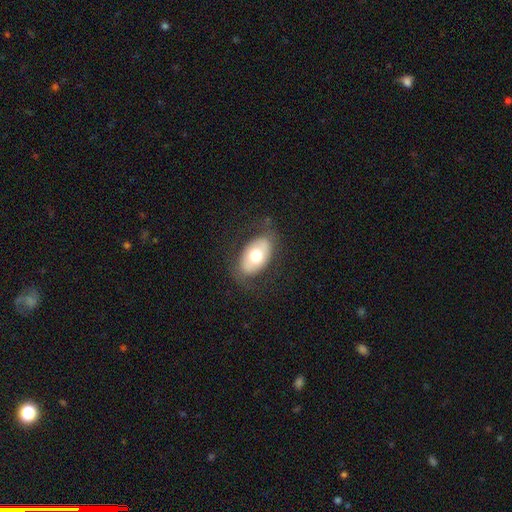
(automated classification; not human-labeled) Smooth or featured? Predicted: smooth (p=0.62). How rounded? Predicted: in between (p=0.91). Merging? Predicted: none (p=0.77).